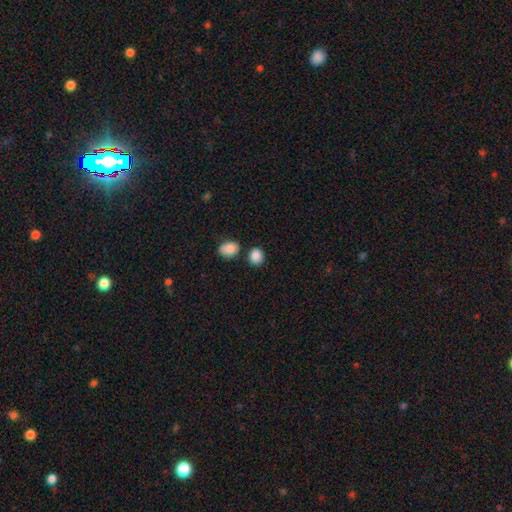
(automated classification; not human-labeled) This is clearly a smooth galaxy (88%). How rounded: likely round (70%). Merging: likely none (77%).